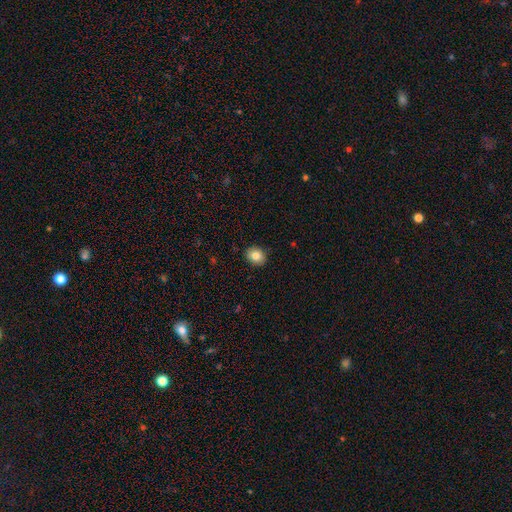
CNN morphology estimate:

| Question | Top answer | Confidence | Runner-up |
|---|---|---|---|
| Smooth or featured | smooth | 83% | star or artifact (9%) |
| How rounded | round | 63% | in between (36%) |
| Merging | none | 90% | minor disturbance (7%) |